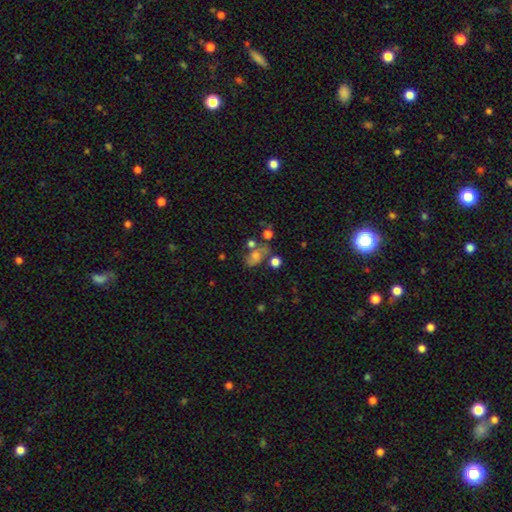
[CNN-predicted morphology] Overall: smooth (51%; featured or disk 28%). How rounded: in between (63%; round 35%). Merging: none (36%; merger 26%).